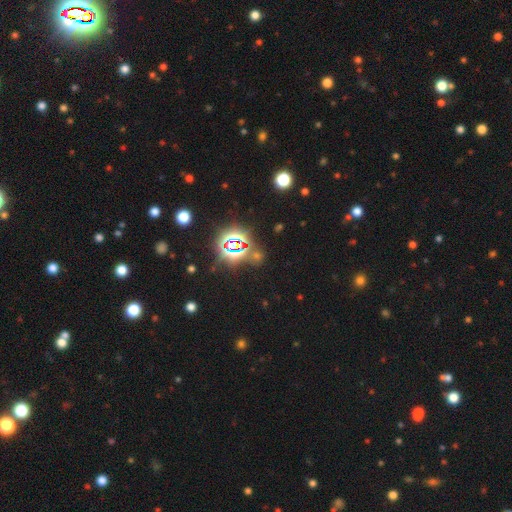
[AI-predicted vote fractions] Smooth or featured? Predicted: star or artifact (p=0.75).